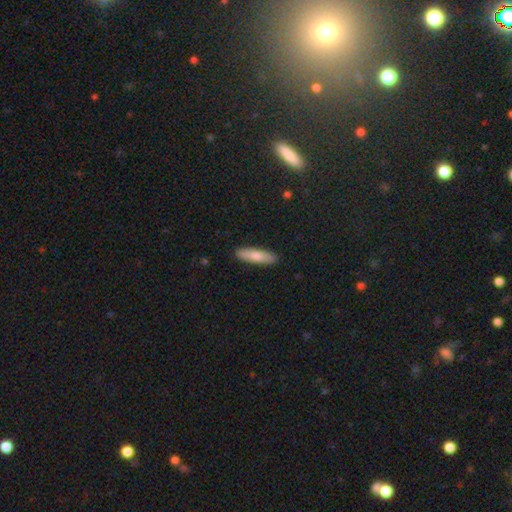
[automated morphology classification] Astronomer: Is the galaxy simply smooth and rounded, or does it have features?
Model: smooth — 78%.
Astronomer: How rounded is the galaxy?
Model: cigar-shaped — 65%.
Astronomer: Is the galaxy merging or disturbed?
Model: none — 90%.